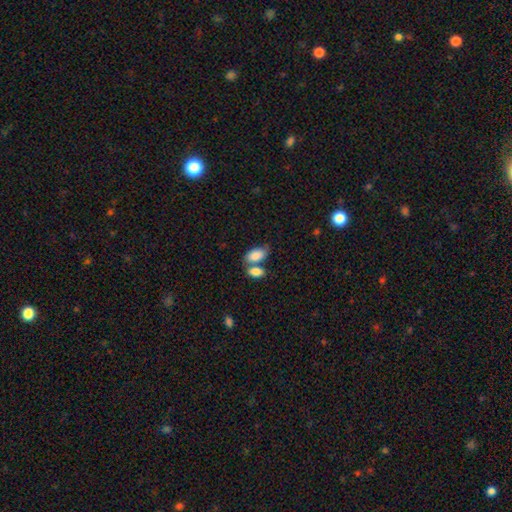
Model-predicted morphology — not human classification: A smooth galaxy with no disk features (85%) that is in between round and cigar-shaped (93%). Merging: merger (46%).